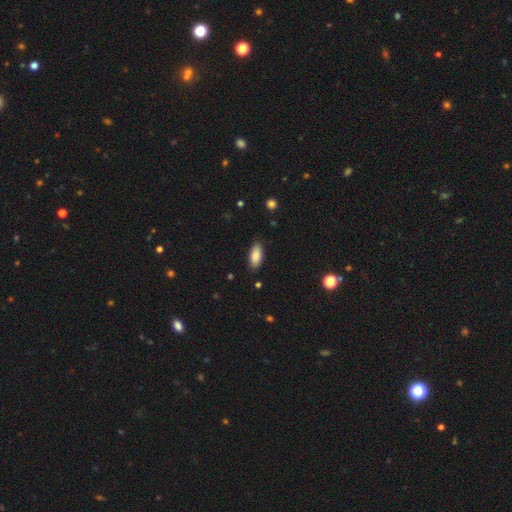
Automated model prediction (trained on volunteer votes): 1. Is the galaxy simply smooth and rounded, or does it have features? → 87% smooth, 7% star or artifact, 6% featured or disk.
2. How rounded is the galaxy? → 85% in between, 13% cigar-shaped, 2% round.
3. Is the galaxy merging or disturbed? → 86% none, 11% minor disturbance, 2% major disturbance, 1% merger.